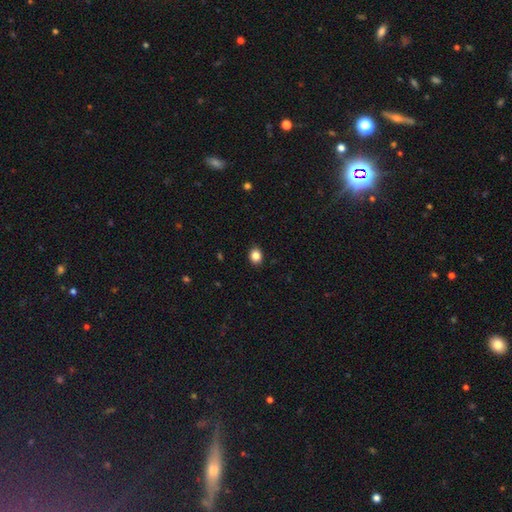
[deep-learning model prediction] A smooth galaxy with no disk features (85%) that is round (54%). Merging: none (89%).